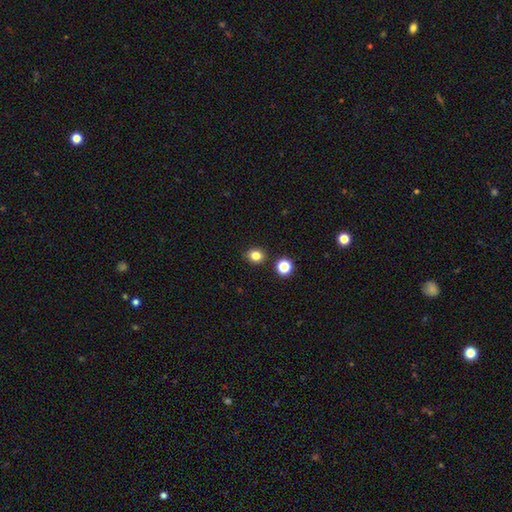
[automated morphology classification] Smooth or featured?
  - smooth: 81% *
  - star or artifact: 14%
  - featured or disk: 5%
How rounded?
  - round: 73% *
  - in between: 26%
  - cigar-shaped: 1%
Merging?
  - none: 87% *
  - minor disturbance: 7%
  - merger: 4%
  - major disturbance: 2%